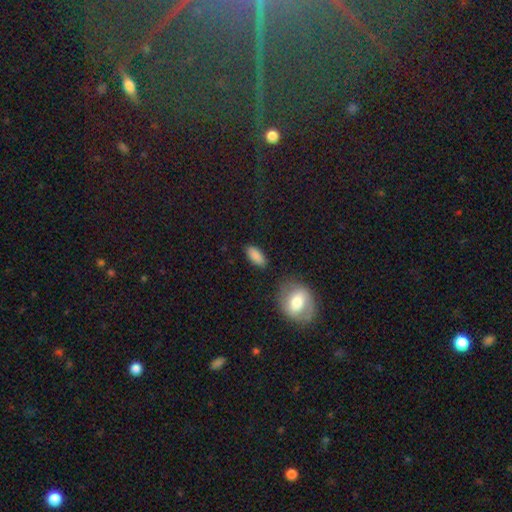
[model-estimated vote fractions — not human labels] A smooth galaxy with no disk features (87%) that is in between round and cigar-shaped (84%).

Vote fractions:
- Smooth or featured? smooth: 87% / star or artifact: 7% / featured or disk: 5%
- How rounded? in between: 84% / cigar-shaped: 12% / round: 3%
- Merging? none: 82% / minor disturbance: 12% / major disturbance: 3% / merger: 3%